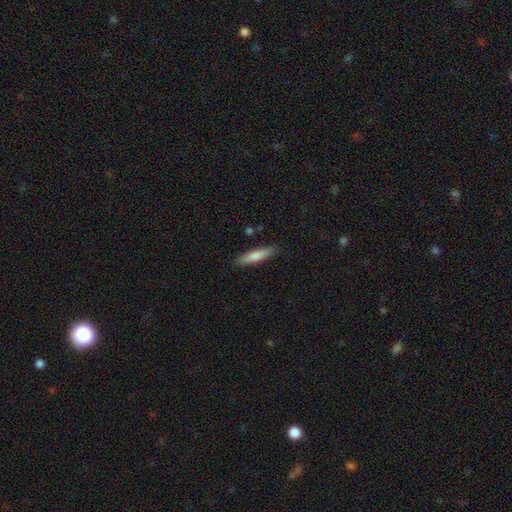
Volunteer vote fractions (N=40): smooth 80%, featured or disk 12%, star or artifact 8%. Down the decision tree: how rounded — cigar-shaped (81%); merging — none (78%).